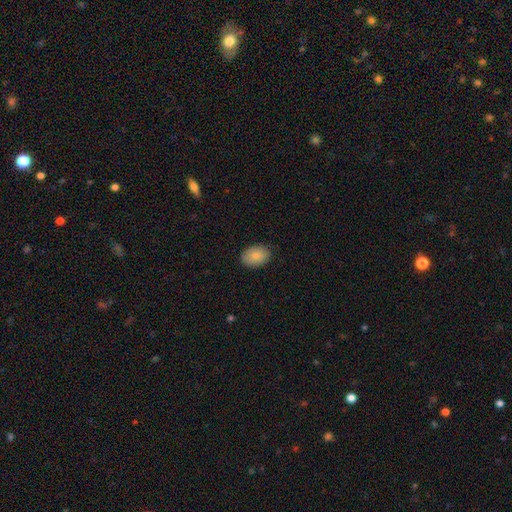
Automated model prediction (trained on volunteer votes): Overall: smooth (84%). How rounded: in between (81%). Merging: none (86%).